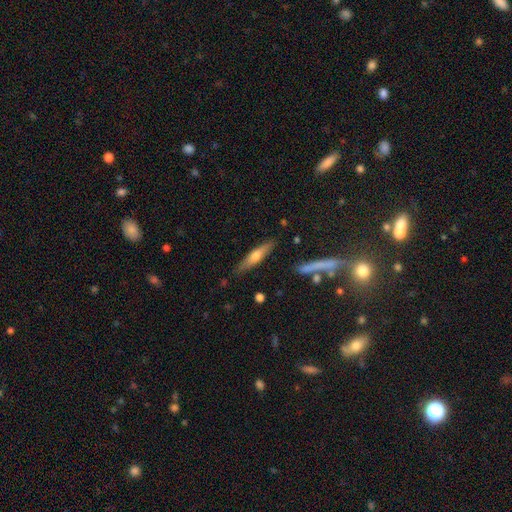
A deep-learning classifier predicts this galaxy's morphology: Smooth or featured? Predicted: smooth (p=0.49). Merging? Predicted: none (p=0.85).